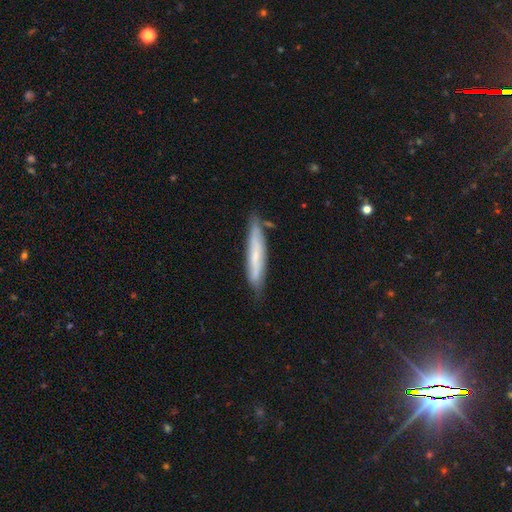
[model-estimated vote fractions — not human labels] smooth 52%, featured or disk 42%, star or artifact 7%. Down the decision tree: how rounded — cigar-shaped (91%); merging — none (76%).